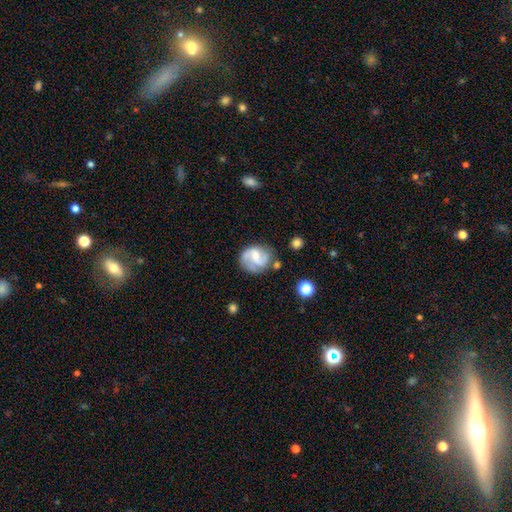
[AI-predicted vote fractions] The model was most divided on "bulge size": small: 48%, moderate: 41%, none: 8%, large: 3%, dominant: 1%. Remaining: edge-on disk — no (98%); spiral arms — yes (92%); spiral arm count — 2 (79%); smooth or featured — featured or disk (75%); merging — none (63%); spiral winding — medium (48%); bar — weak (48%).